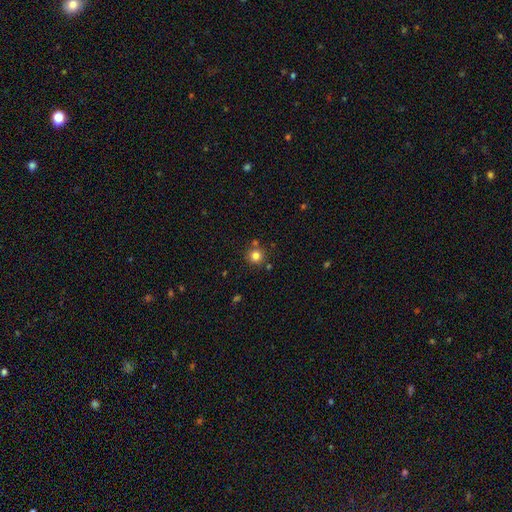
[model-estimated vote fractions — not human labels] Smooth or featured?
  - smooth: 80% *
  - star or artifact: 13%
  - featured or disk: 7%
How rounded?
  - round: 93% *
  - in between: 6%
  - cigar-shaped: 1%
Merging?
  - none: 80% *
  - merger: 9%
  - minor disturbance: 9%
  - major disturbance: 3%